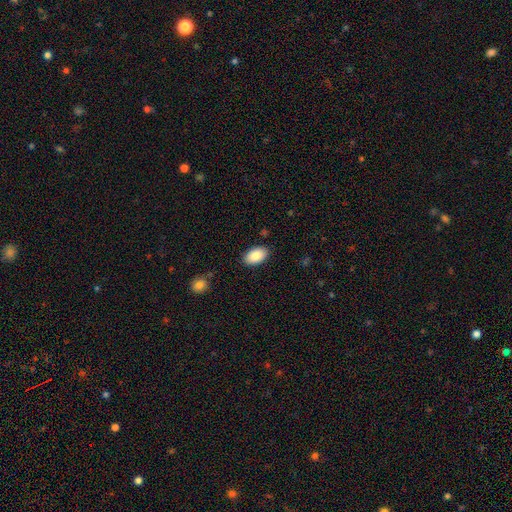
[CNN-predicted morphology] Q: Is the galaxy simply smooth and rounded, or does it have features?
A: smooth — 89%.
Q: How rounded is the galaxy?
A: in between — 94%.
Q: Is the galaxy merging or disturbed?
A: none — 87%.